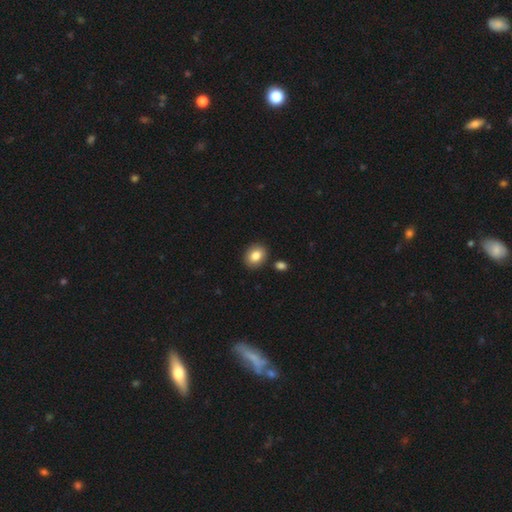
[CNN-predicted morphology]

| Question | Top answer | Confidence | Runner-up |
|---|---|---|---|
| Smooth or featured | smooth | 85% | star or artifact (8%) |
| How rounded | in between | 56% | round (43%) |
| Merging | none | 86% | minor disturbance (8%) |